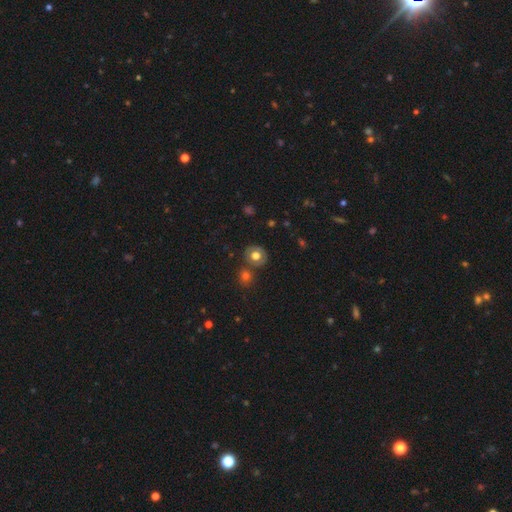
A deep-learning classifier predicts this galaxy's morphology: This is likely a smooth galaxy (63%). How rounded: likely round (79%). Merging: likely none (71%).